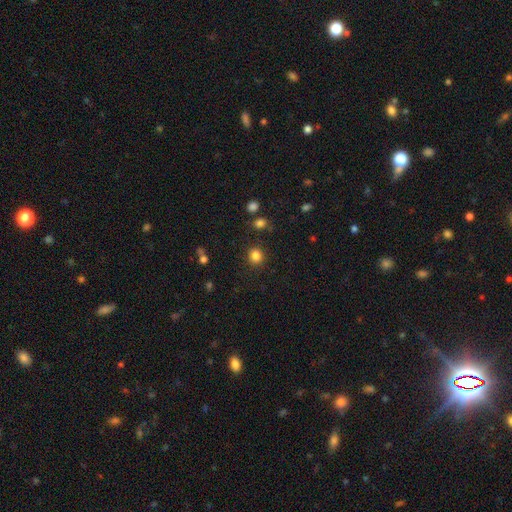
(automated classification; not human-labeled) This appears to be a smooth galaxy with no disk features (84%) that is round (88%). Merging: none (89%).